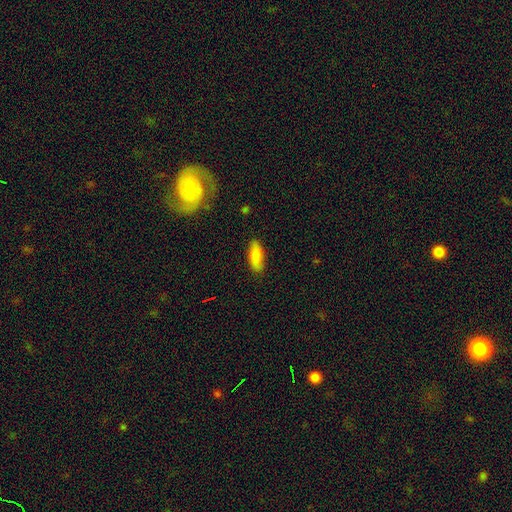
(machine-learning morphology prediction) Smooth or featured? Predicted: smooth (p=0.85). How rounded? Predicted: in between (p=0.74). Merging? Predicted: none (p=0.85).